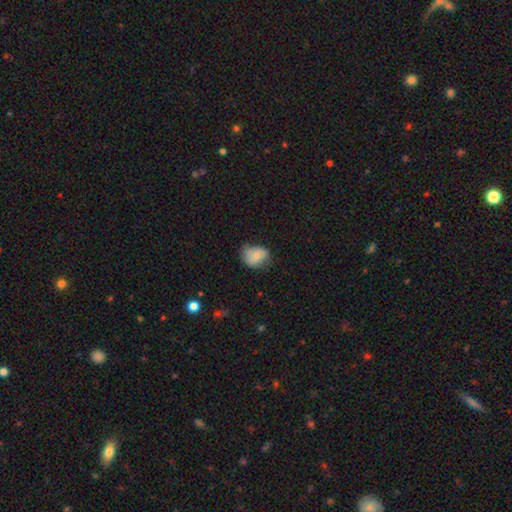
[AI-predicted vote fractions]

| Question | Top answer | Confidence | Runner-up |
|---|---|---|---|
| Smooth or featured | smooth | 70% | featured or disk (23%) |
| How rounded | in between | 58% | round (41%) |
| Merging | none | 52% | minor disturbance (36%) |